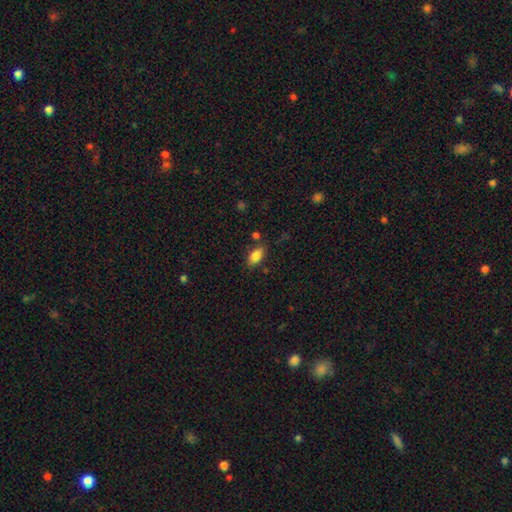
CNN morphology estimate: A smooth galaxy with no disk features (84%) that is in between round and cigar-shaped (89%). Merging: none (76%).